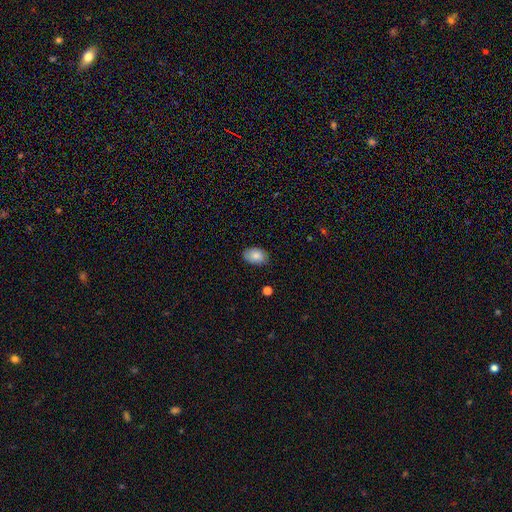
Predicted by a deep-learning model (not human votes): smooth-or-featured: smooth: 81% | featured or disk: 11% | star or artifact: 8%
  how-rounded: in between: 85% | round: 13% | cigar-shaped: 1%
  merging: none: 78% | minor disturbance: 17% | major disturbance: 3% | merger: 1%